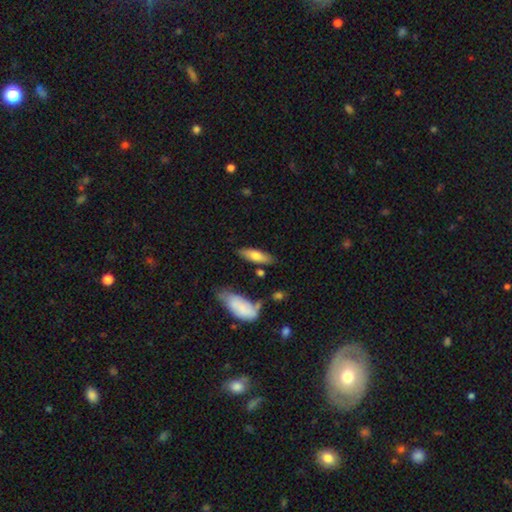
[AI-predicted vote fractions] Smooth or featured? Predicted: smooth (p=0.68). How rounded? Predicted: cigar-shaped (p=0.50). Merging? Predicted: none (p=0.77).